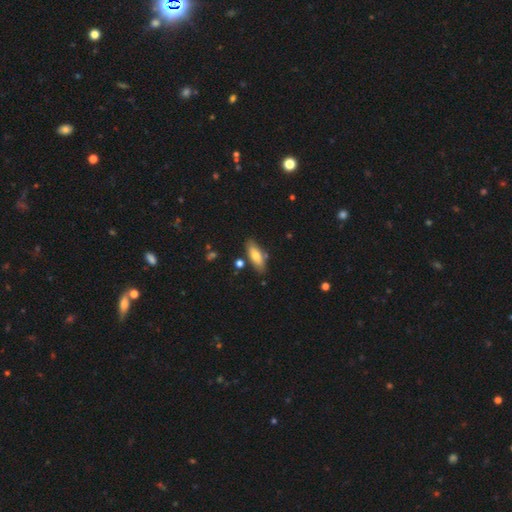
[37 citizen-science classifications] Morphology: type=smooth (70%); roundness=in between (54%); merging=none (82%).